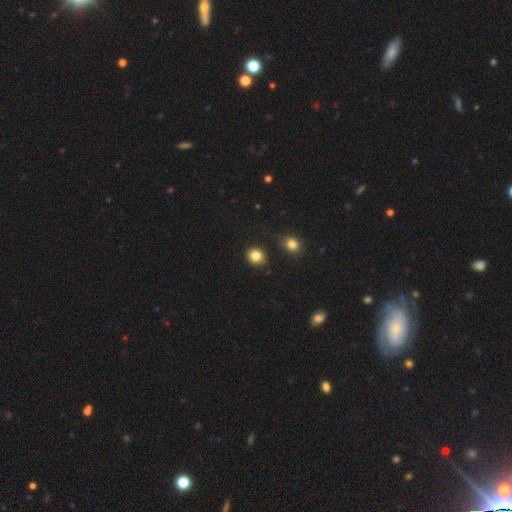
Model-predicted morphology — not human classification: smooth-or-featured: smooth: 85% | star or artifact: 11% | featured or disk: 5%
  how-rounded: round: 82% | in between: 17% | cigar-shaped: 1%
  merging: none: 85% | minor disturbance: 9% | merger: 4% | major disturbance: 2%